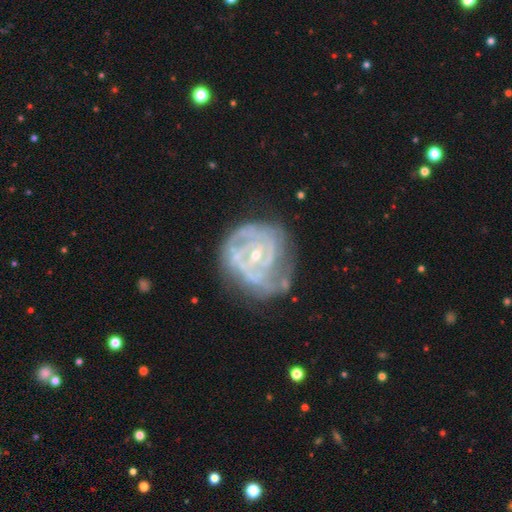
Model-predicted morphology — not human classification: A featured or disk galaxy (85%) with no bar (47%), tight (66%) spiral arms (89%) and a small central bulge (69%).

Vote fractions:
- Smooth or featured? featured or disk: 85% / smooth: 9% / star or artifact: 6%
- Edge-on disk? no: 97% / yes: 3%
- Bar? no: 47% / weak: 40% / strong: 13%
- Spiral arms? yes: 89% / no: 11%
- Spiral winding? tight: 66% / medium: 27% / loose: 7%
- Spiral arm count? can't tell: 36% / 2: 29% / 3: 18% / 4: 7% / 1: 5% / more than 4: 5%
- Bulge size? small: 69% / moderate: 27% / none: 2% / large: 1% / dominant: 1%
- Merging? none: 53% / minor disturbance: 27% / major disturbance: 17% / merger: 3%